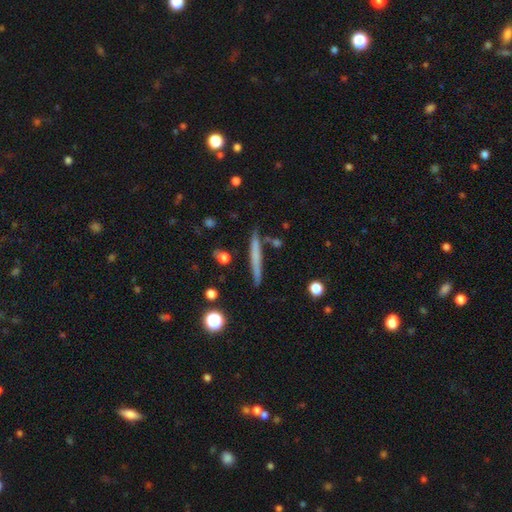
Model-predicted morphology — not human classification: smooth 55%, featured or disk 38%, star or artifact 7%. Down the decision tree: how rounded — cigar-shaped (95%); merging — none (86%).